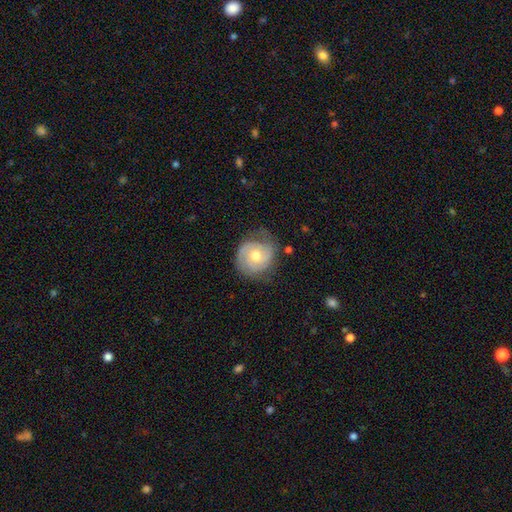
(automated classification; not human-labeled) Morphology: type=featured or disk (66%); edge-on=no (98%); bar=no (70%); spiral arms=yes (87%); winding=tight (54%); arm count=2 (64%); bulge=moderate (73%); merging=none (62%).